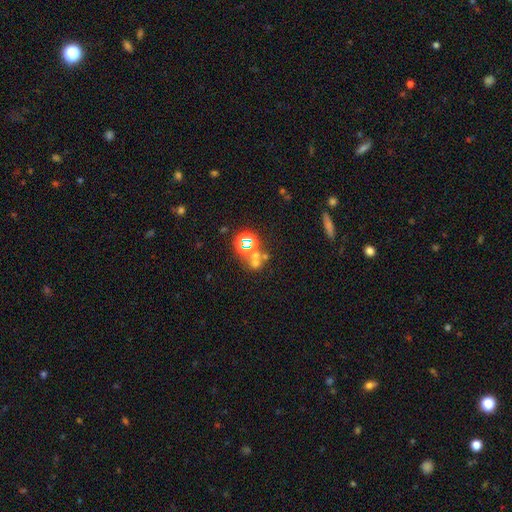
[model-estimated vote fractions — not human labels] Morphology: type=star or artifact (43%).